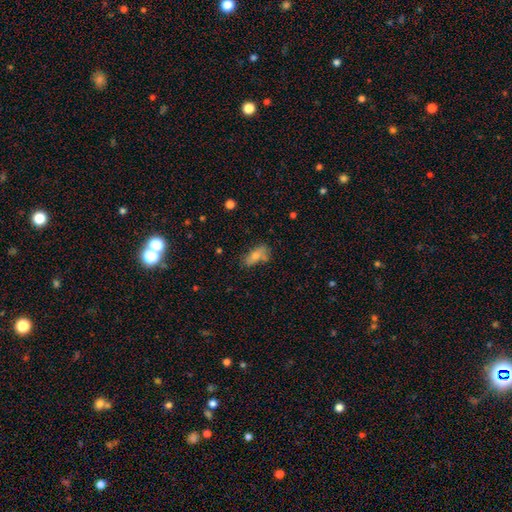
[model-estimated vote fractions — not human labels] Morphology: type=smooth (59%); roundness=in between (78%); merging=none (54%).